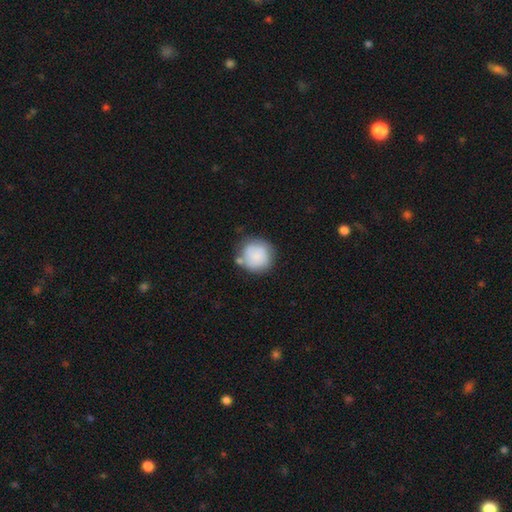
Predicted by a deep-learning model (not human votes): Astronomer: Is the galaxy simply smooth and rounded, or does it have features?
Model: smooth — 77%.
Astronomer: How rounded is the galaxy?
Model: round — 91%.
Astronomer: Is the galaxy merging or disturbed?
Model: none — 65%.